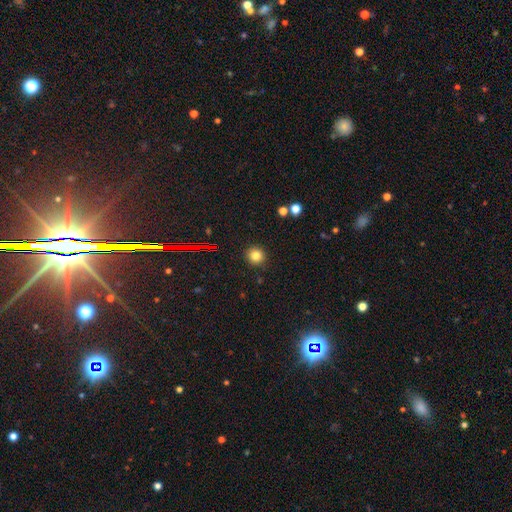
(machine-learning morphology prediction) This is likely a smooth galaxy (80%). How rounded: clearly round (93%). Merging: clearly none (91%).